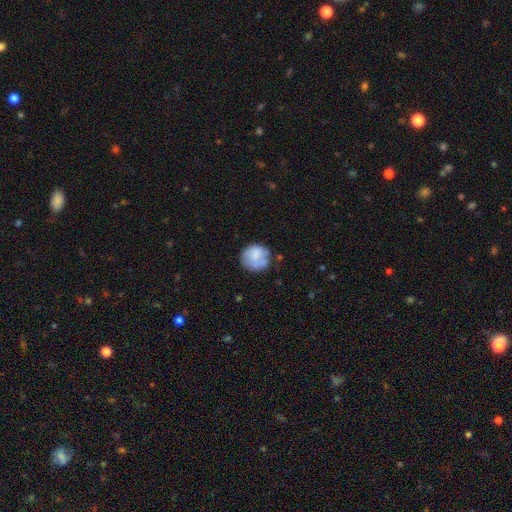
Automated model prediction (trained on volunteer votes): A smooth galaxy with no disk features (66%) that is round (84%).

Vote fractions:
- Smooth or featured? smooth: 66% / featured or disk: 26% / star or artifact: 7%
- How rounded? round: 84% / in between: 15% / cigar-shaped: 1%
- Merging? none: 59% / minor disturbance: 24% / major disturbance: 11% / merger: 6%